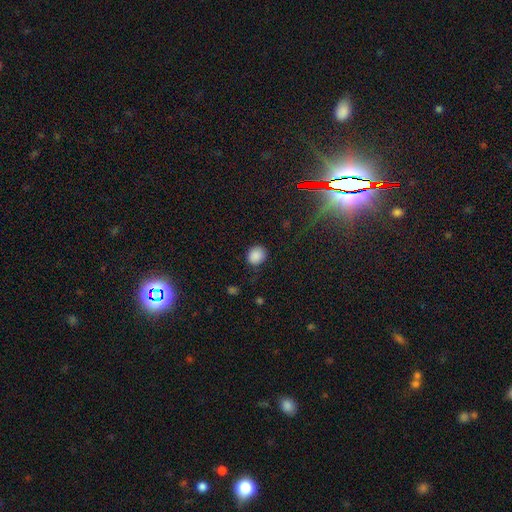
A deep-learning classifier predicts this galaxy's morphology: This appears to be a smooth galaxy with no disk features (87%) that is round (70%). Merging: none (82%).